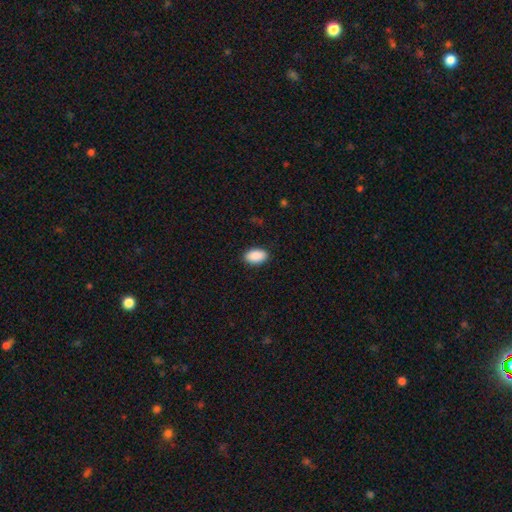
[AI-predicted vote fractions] The model was most divided on "merging": none: 89%, minor disturbance: 8%, major disturbance: 2%, merger: 1%. More confident: how rounded — in between (94%); smooth or featured — smooth (90%).